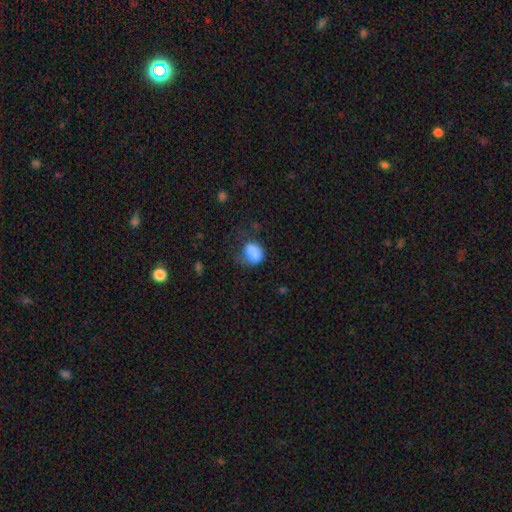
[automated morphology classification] Q: Smooth or featured?
A: smooth (74%); runner-up: featured or disk (17%)
Q: How rounded?
A: in between (53%); runner-up: round (46%)
Q: Merging?
A: none (28%); runner-up: major disturbance (27%)